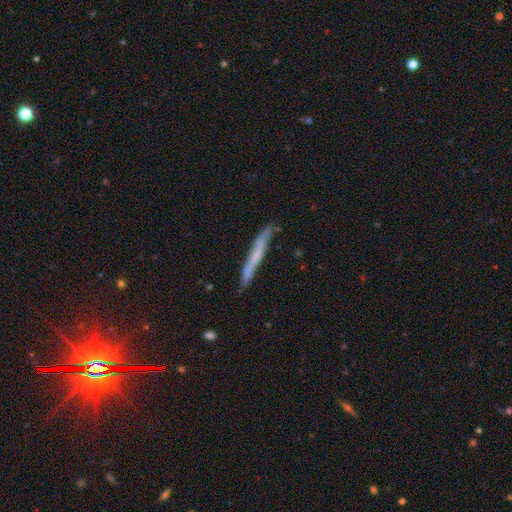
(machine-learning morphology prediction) Smooth or featured: featured or disk — 55% (smooth — 38%)
Edge-on disk: yes — 88% (no — 12%)
Merging: none — 75% (minor disturbance — 19%)